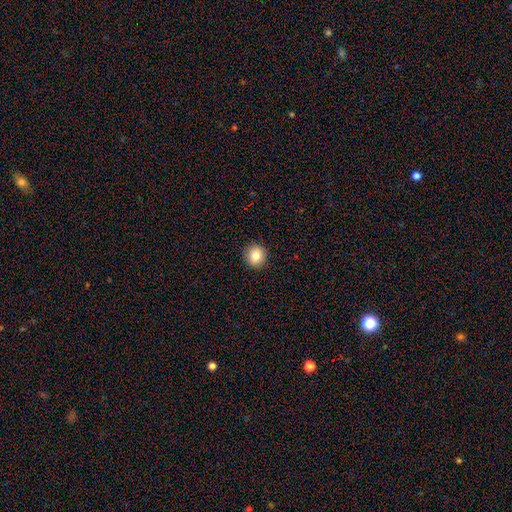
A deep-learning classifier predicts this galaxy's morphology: Smooth or featured: smooth — 85% (star or artifact — 9%)
How rounded: round — 90% (in between — 9%)
Merging: none — 91% (minor disturbance — 6%)